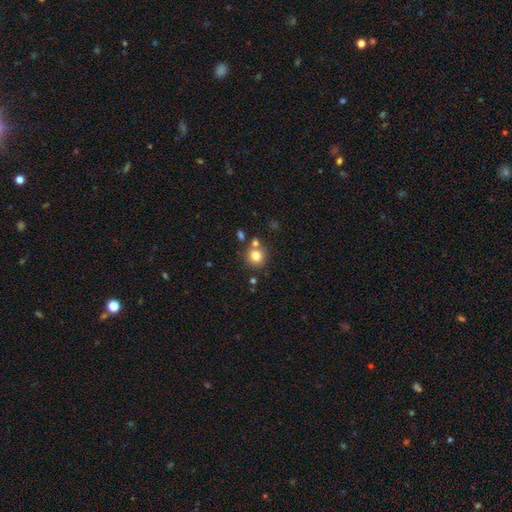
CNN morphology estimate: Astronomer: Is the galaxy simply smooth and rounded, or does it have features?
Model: smooth — 79%.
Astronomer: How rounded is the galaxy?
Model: round — 91%.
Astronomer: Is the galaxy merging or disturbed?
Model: none — 73%.